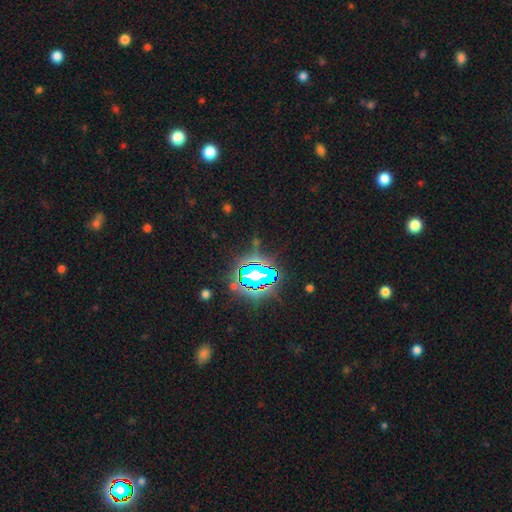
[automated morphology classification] A star or artifact, not a galaxy (80%).